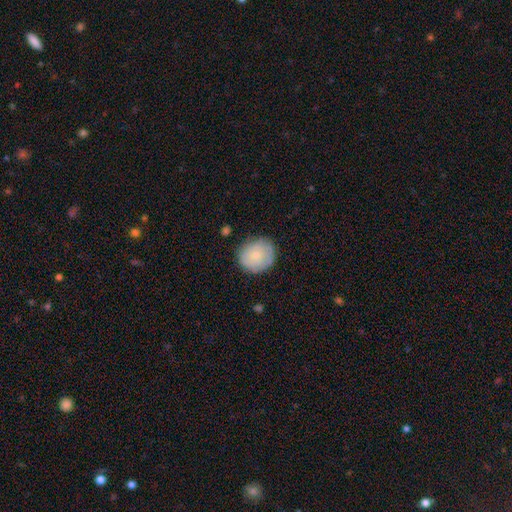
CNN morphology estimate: Q: Smooth or featured?
A: smooth (48%); runner-up: featured or disk (45%)
Q: Merging?
A: none (79%); runner-up: minor disturbance (16%)